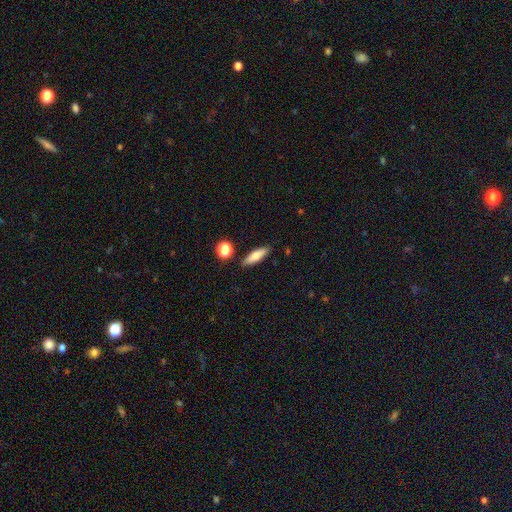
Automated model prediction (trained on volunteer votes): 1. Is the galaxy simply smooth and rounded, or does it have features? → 73% smooth, 19% featured or disk, 8% star or artifact.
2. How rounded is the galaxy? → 60% cigar-shaped, 37% in between, 3% round.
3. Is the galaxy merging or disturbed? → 86% none, 9% minor disturbance, 3% merger, 2% major disturbance.